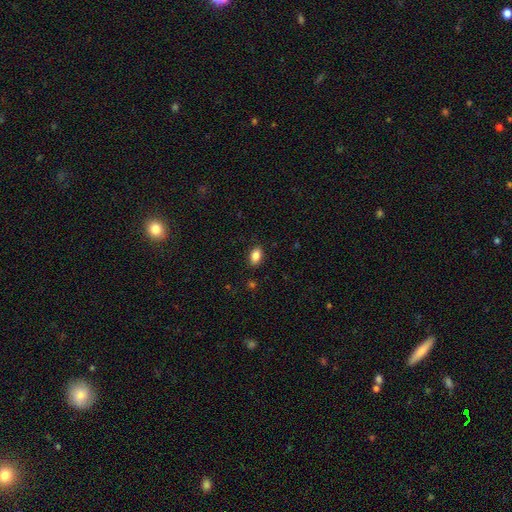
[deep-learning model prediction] Smooth or featured? smooth (86%)
How rounded? in between (88%)
Merging? none (88%)